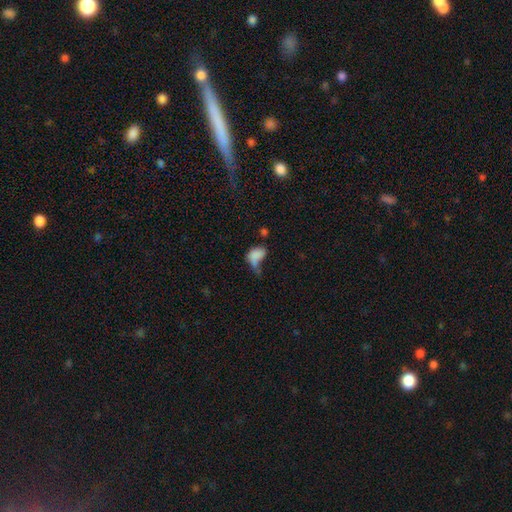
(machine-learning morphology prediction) smooth 75%, featured or disk 15%, star or artifact 10%. Down the decision tree: how rounded — in between (86%); merging — major disturbance (42%).